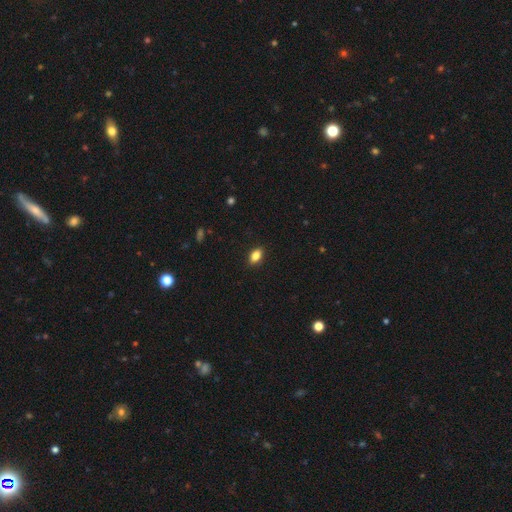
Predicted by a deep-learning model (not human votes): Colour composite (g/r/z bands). It shows a smooth galaxy with no disk features (85%) that is in between round and cigar-shaped (86%). Merging: none (89%).